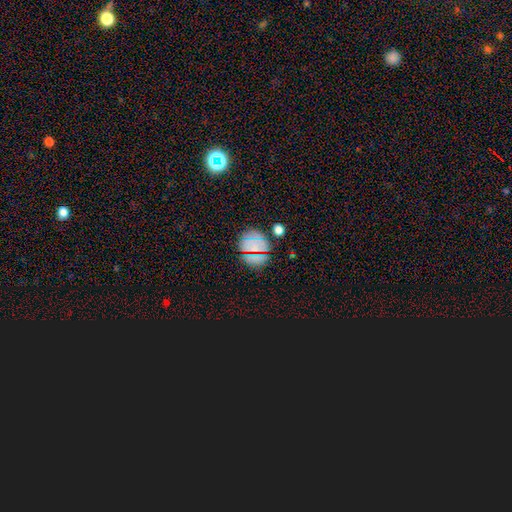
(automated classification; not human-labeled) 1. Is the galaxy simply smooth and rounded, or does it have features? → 66% smooth, 23% star or artifact, 11% featured or disk.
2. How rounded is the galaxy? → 78% round, 20% in between, 2% cigar-shaped.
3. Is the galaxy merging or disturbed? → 78% none, 13% minor disturbance, 5% merger, 5% major disturbance.